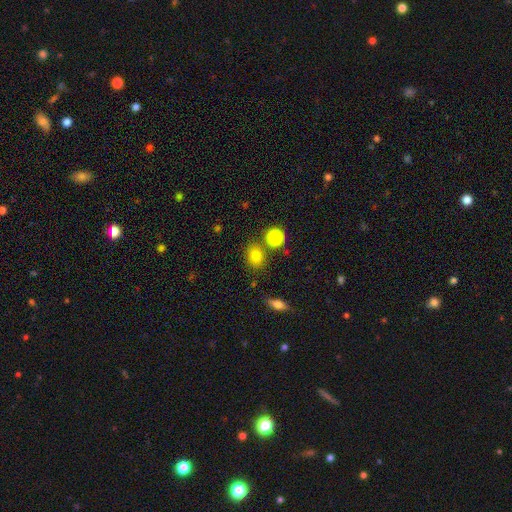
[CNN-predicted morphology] smooth 83%, star or artifact 12%, featured or disk 6%. Down the decision tree: how rounded — in between (59%); merging — none (71%).